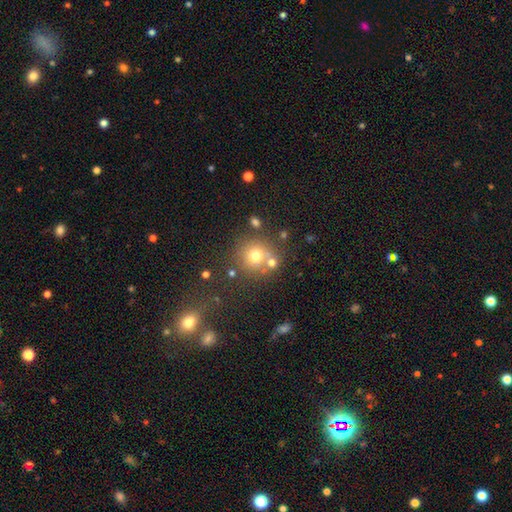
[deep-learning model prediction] This is likely a smooth galaxy (70%). How rounded: clearly round (90%). Merging: likely none (67%).